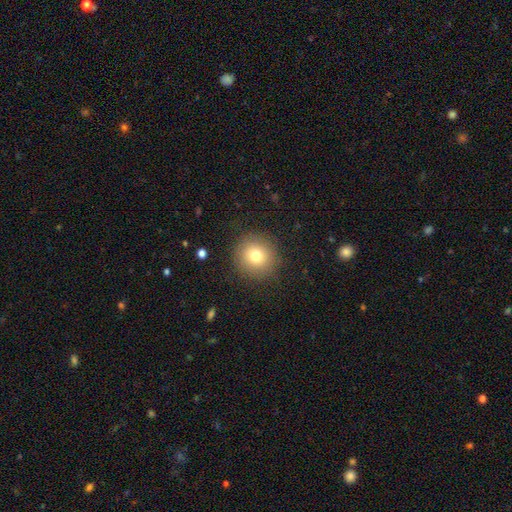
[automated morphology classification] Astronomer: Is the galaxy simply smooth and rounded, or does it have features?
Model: smooth — 76%.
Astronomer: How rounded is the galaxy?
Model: round — 94%.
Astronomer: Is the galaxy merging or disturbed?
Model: none — 88%.